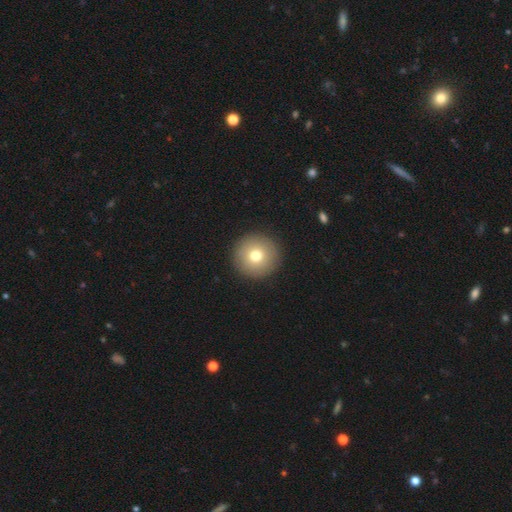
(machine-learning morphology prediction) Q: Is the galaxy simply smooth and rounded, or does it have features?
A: smooth — 75%.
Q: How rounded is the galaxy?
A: round — 97%.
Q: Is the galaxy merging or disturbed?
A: none — 93%.